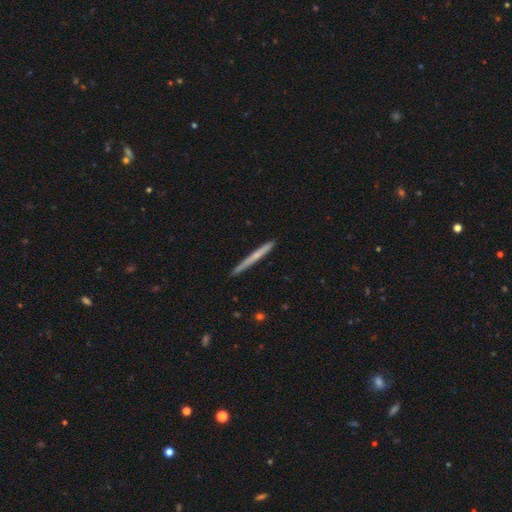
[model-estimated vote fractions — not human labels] A smooth galaxy with no disk features (49%). Merging: none (90%).